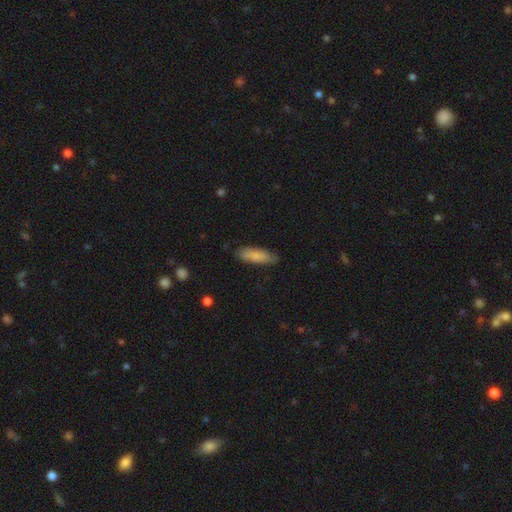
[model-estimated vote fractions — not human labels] Smooth or featured?
  - smooth: 81% *
  - featured or disk: 13%
  - star or artifact: 6%
How rounded?
  - in between: 52% *
  - cigar-shaped: 47%
  - round: 2%
Merging?
  - none: 79% *
  - minor disturbance: 17%
  - major disturbance: 3%
  - merger: 1%